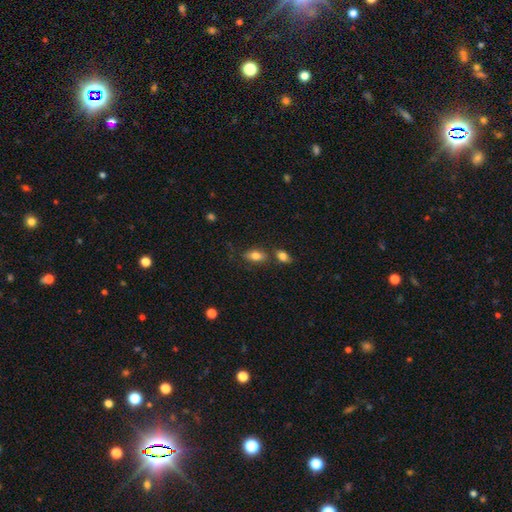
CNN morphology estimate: type=smooth (80%); roundness=in between (88%); merging=none (65%).